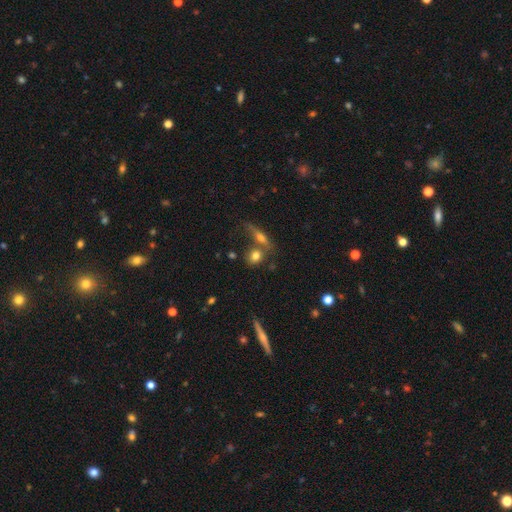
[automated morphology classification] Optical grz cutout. It shows a smooth galaxy with no disk features (71%) that is round (56%). Merging: none (52%).